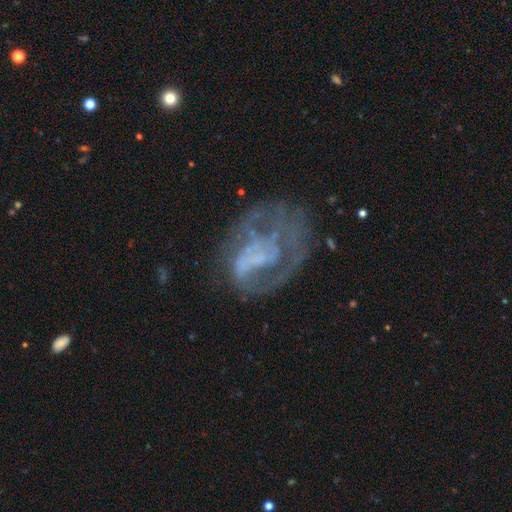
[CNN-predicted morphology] type=featured or disk (70%); edge-on=no (98%); bar=no (67%); spiral arms=no (50%, tied with yes); bulge=none (66%); merging=major disturbance (39%).